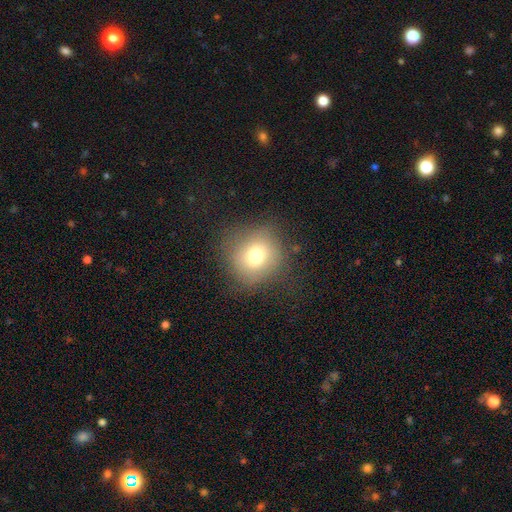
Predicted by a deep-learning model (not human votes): Smooth or featured? smooth (73%)
How rounded? round (86%)
Merging? none (76%)